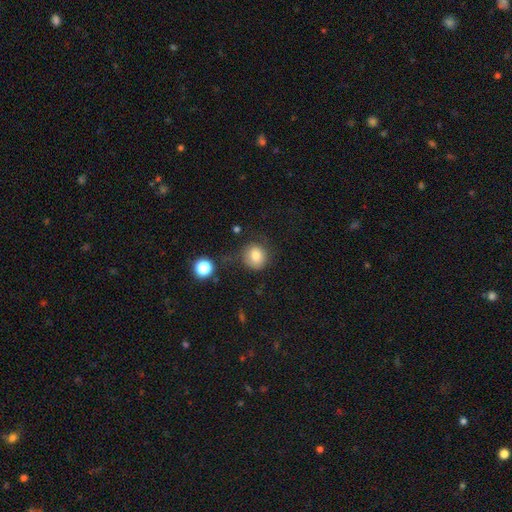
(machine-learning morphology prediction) Smooth or featured? Predicted: smooth (p=0.80). How rounded? Predicted: round (p=0.87). Merging? Predicted: none (p=0.70).